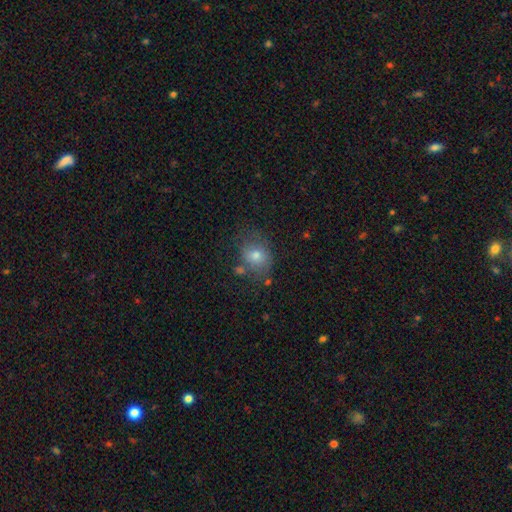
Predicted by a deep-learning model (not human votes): This appears to be a smooth galaxy with no disk features (72%) that is round (50%). Merging: none (60%).